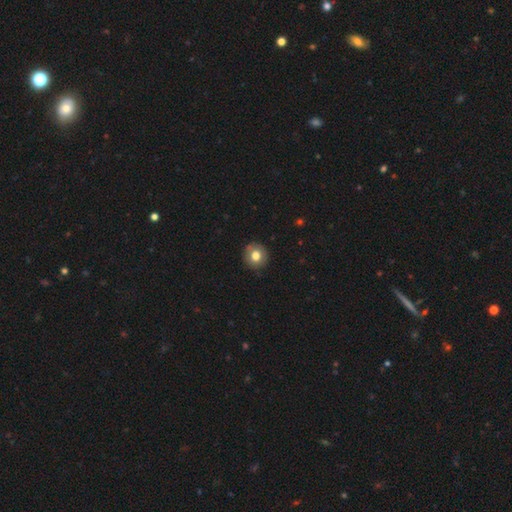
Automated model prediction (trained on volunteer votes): This appears to be a smooth galaxy with no disk features (75%) that is round (90%). Merging: none (87%).